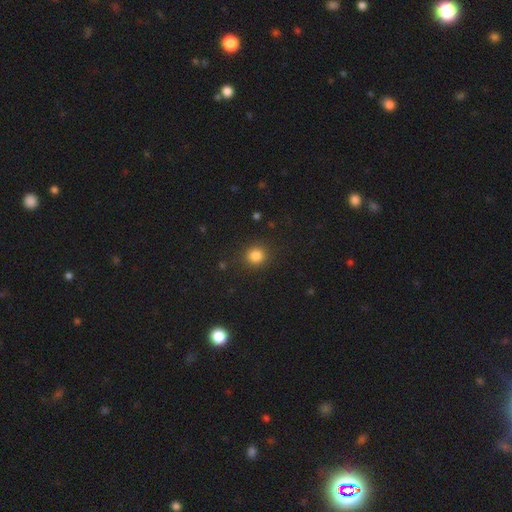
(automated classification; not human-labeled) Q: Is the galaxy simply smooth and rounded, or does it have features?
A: smooth — 83%.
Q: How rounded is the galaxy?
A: round — 89%.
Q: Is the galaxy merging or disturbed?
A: none — 89%.